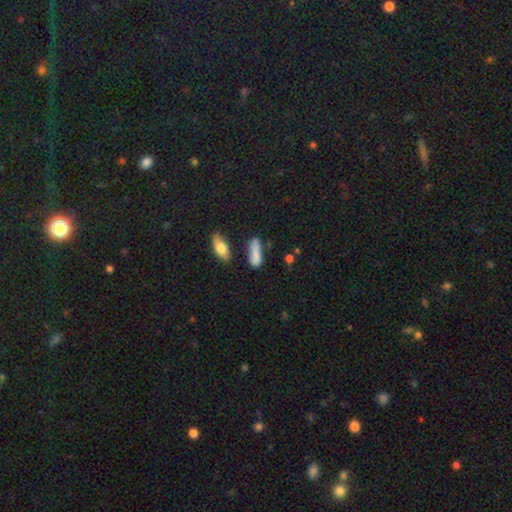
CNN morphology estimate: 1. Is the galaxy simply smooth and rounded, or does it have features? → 79% smooth, 12% featured or disk, 9% star or artifact.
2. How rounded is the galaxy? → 58% in between, 38% cigar-shaped, 4% round.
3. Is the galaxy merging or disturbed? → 58% none, 24% minor disturbance, 11% merger, 8% major disturbance.